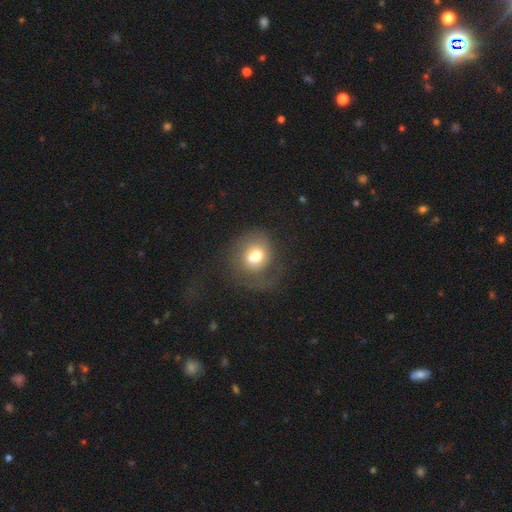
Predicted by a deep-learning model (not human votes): This appears to be a smooth galaxy with no disk features (60%) that is round (69%). Merging: none (39%).